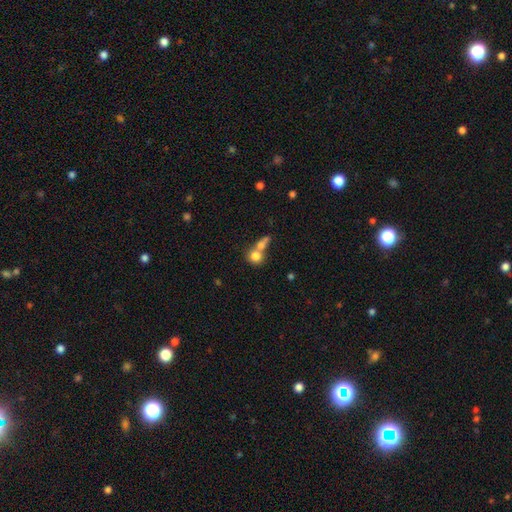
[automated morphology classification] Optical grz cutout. It shows a smooth galaxy with no disk features (78%) that is round (76%). Merging: merger (55%).